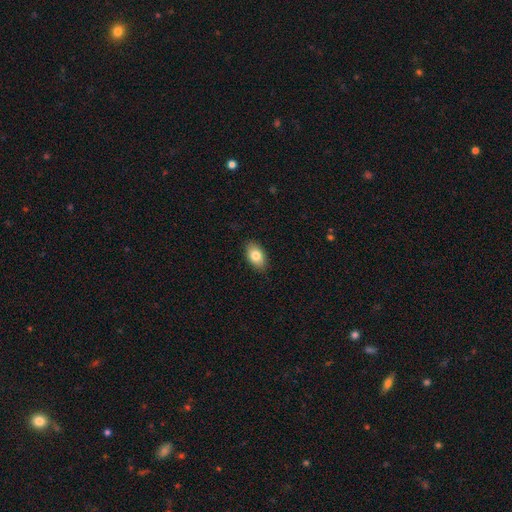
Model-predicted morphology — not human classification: Overall: smooth (80%). How rounded: in between (90%). Merging: none (88%).